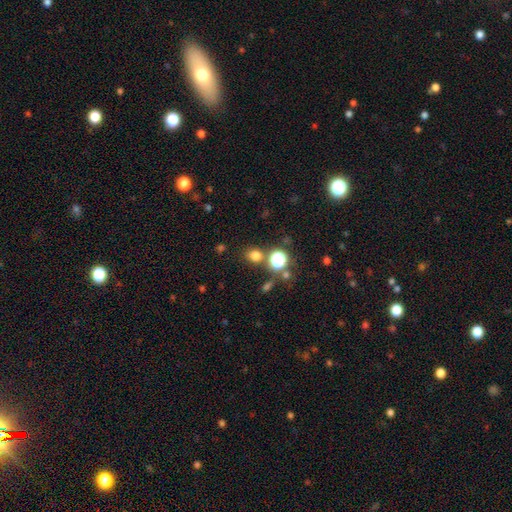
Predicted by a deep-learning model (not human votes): smooth_or_featured: smooth (p=0.73) [alt: star or artifact p=0.21]
how_rounded: round (p=0.76) [alt: in between p=0.23]
merging: none (p=0.77) [alt: merger p=0.10]